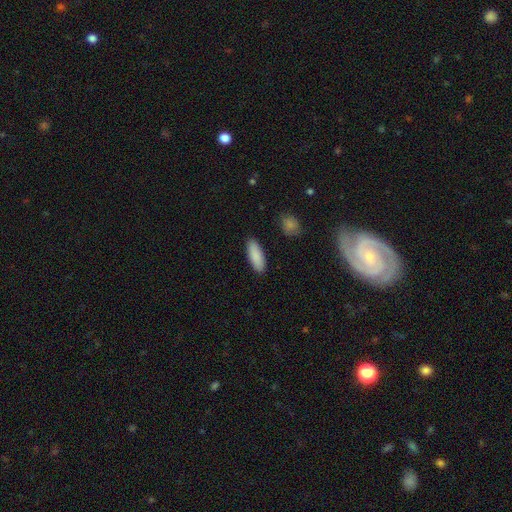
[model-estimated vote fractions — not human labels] A smooth galaxy with no disk features (89%) that is in between round and cigar-shaped (71%). Merging: none (89%).